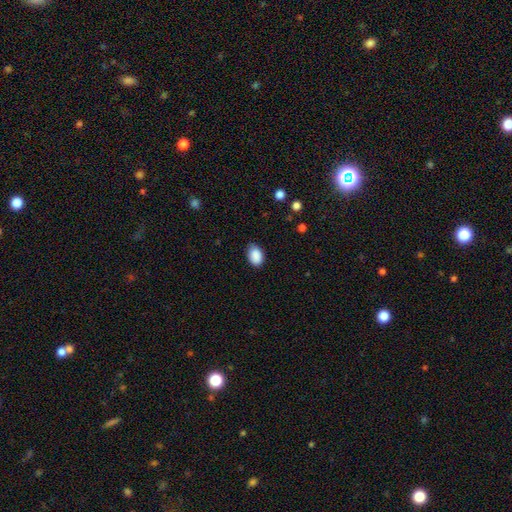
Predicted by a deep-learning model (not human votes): Morphology: type=smooth (89%); roundness=in between (87%); merging=none (78%).